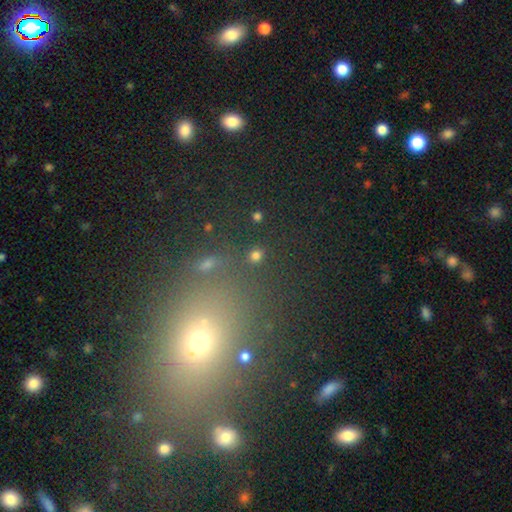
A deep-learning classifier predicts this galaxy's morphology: A smooth galaxy with no disk features (78%) that is round (76%). Merging: none (87%).